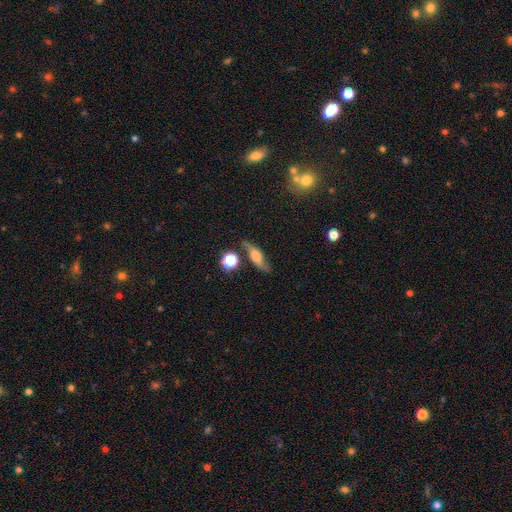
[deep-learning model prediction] This appears to be a featured or disk galaxy (55%). Merging: none (70%).